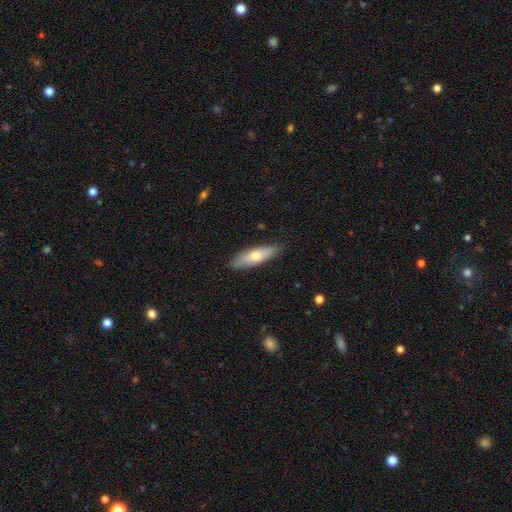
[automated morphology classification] The model was most divided on "how rounded" (2-way tie): in between: 49%, cigar-shaped: 49%, round: 2%. More confident: merging — none (85%); smooth or featured — smooth (65%).